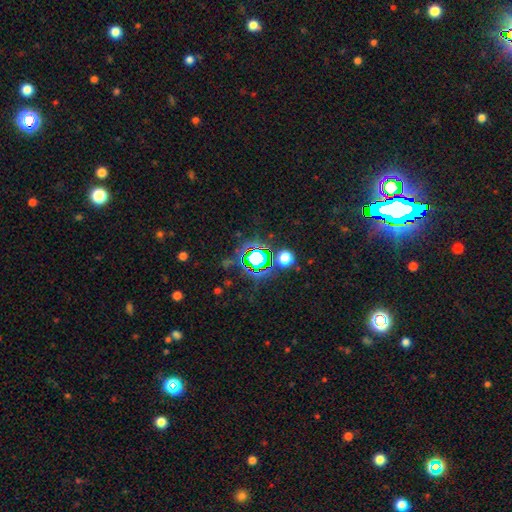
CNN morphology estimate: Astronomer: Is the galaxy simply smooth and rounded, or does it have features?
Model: star or artifact — 68%.